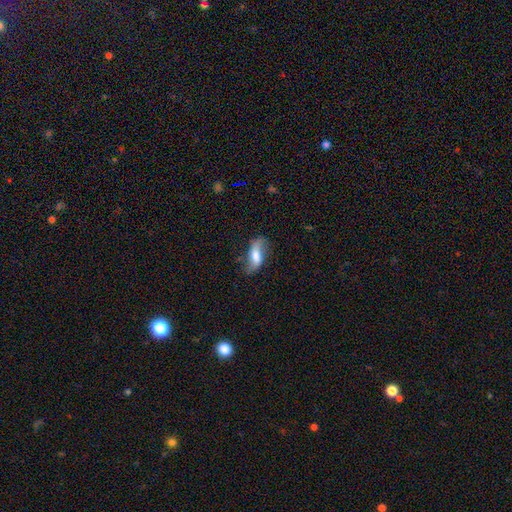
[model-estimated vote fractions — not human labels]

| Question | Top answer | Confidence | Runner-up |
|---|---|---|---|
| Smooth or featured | featured or disk | 50% | smooth (42%) |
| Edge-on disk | no | 86% | yes (14%) |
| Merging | none | 67% | minor disturbance (23%) |